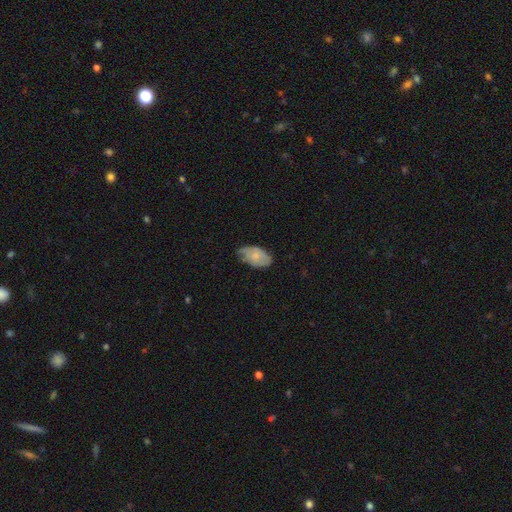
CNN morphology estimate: smooth-or-featured: smooth: 65% | featured or disk: 28% | star or artifact: 6%
  how-rounded: in between: 94% | round: 4% | cigar-shaped: 2%
  merging: none: 52% | minor disturbance: 39% | major disturbance: 8% | merger: 2%